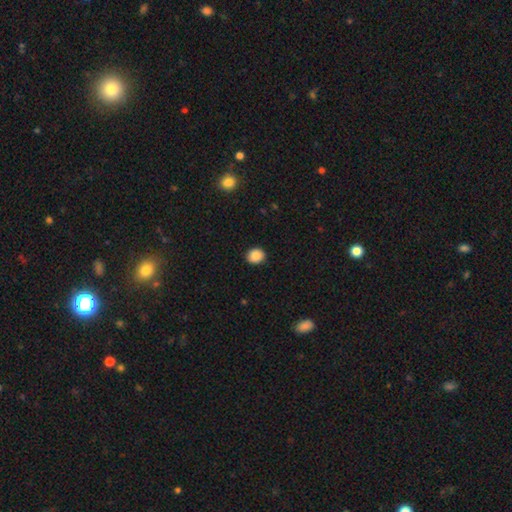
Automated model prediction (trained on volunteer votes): This appears to be a smooth galaxy with no disk features (88%) that is round (71%). Merging: none (91%).